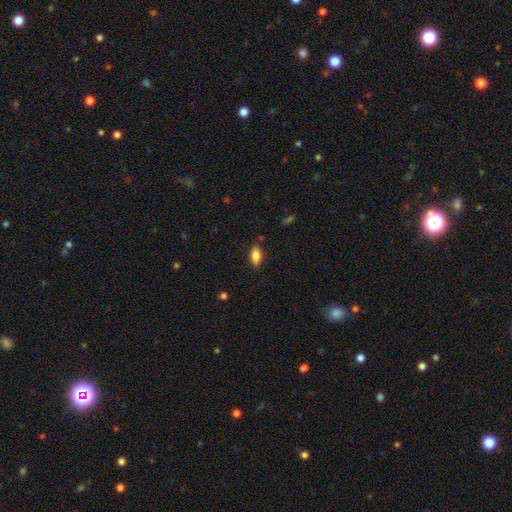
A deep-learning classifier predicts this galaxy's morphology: Smooth or featured: smooth — 86% (star or artifact — 8%)
How rounded: in between — 90% (cigar-shaped — 6%)
Merging: none — 85% (minor disturbance — 11%)